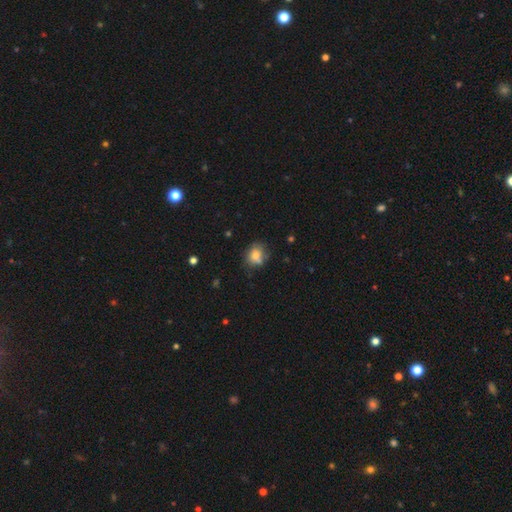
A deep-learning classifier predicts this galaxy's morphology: smooth 76%, featured or disk 14%, star or artifact 10%. Down the decision tree: how rounded — round (56%); merging — none (58%).